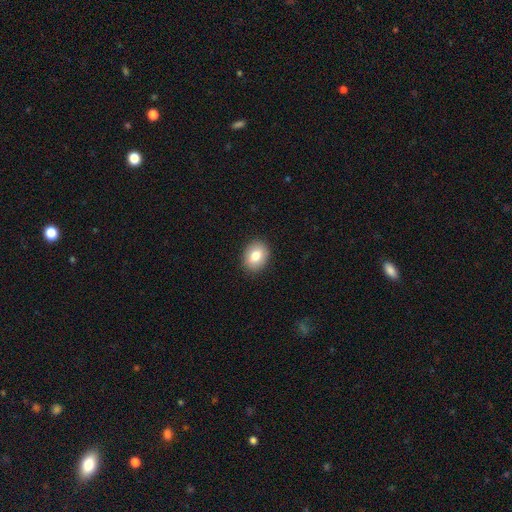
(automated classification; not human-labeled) smooth 80%, featured or disk 12%, star or artifact 8%. Down the decision tree: how rounded — in between (59%); merging — none (90%).